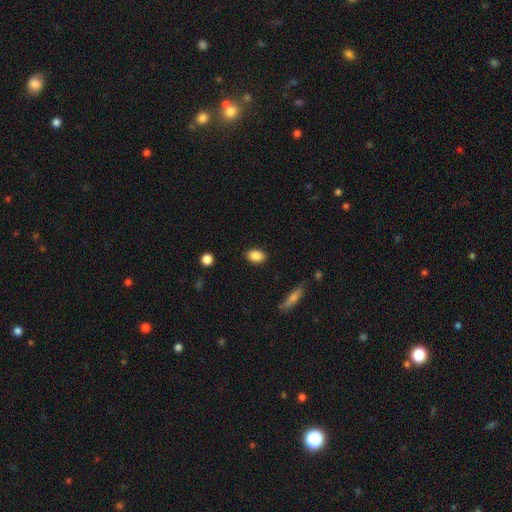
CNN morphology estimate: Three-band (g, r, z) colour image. It shows a smooth galaxy with no disk features (88%) that is in between round and cigar-shaped (83%). Merging: none (88%).